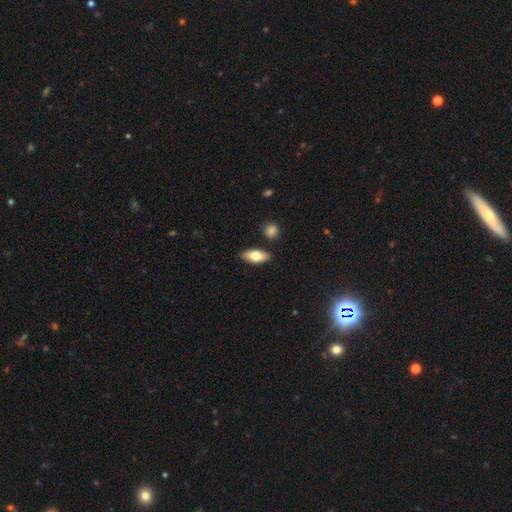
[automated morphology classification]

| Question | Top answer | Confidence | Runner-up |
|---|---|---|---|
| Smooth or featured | smooth | 72% | featured or disk (21%) |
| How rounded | in between | 85% | cigar-shaped (12%) |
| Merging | none | 86% | minor disturbance (9%) |